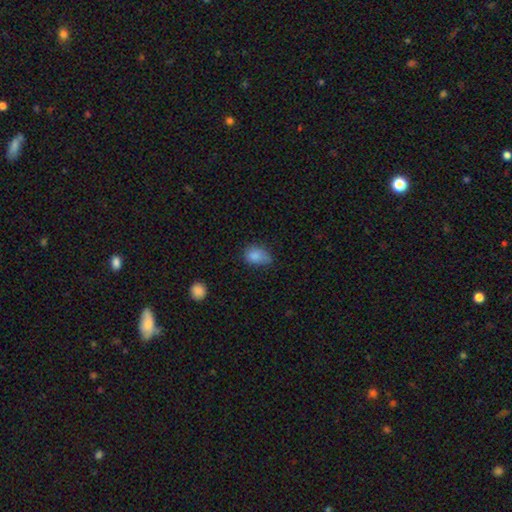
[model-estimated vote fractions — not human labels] Smooth or featured: smooth — 83% (star or artifact — 10%)
How rounded: in between — 68% (round — 31%)
Merging: none — 45% (minor disturbance — 40%)